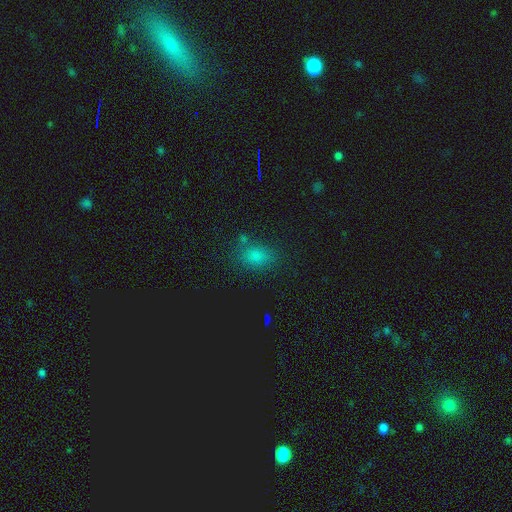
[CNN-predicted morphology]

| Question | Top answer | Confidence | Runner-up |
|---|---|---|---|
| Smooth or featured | smooth | 72% | star or artifact (21%) |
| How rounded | in between | 74% | round (24%) |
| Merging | none | 78% | minor disturbance (13%) |